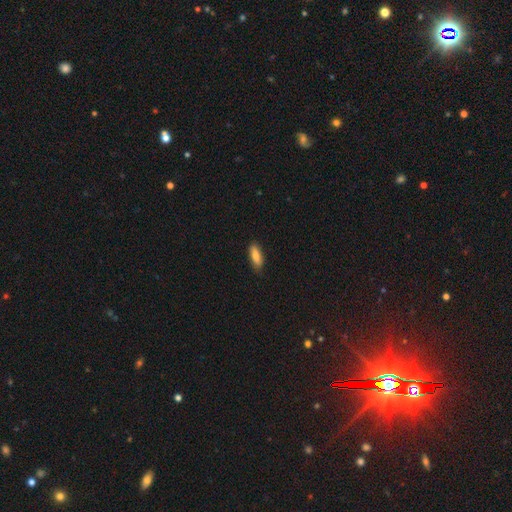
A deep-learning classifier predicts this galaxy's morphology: Q: Smooth or featured?
A: smooth (81%); runner-up: featured or disk (13%)
Q: How rounded?
A: in between (61%); runner-up: cigar-shaped (37%)
Q: Merging?
A: none (85%); runner-up: minor disturbance (13%)